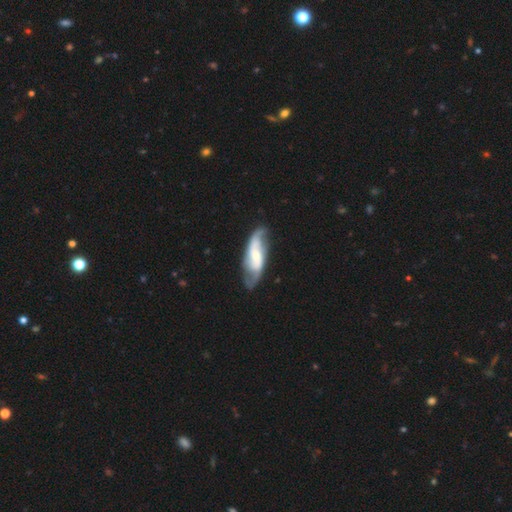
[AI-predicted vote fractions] Q: Smooth or featured?
A: featured or disk (72%); runner-up: smooth (23%)
Q: Edge-on disk?
A: no (88%); runner-up: yes (12%)
Q: Bar?
A: no (43%); runner-up: weak (39%)
Q: Spiral arms?
A: yes (90%); runner-up: no (10%)
Q: Spiral winding?
A: loose (46%); runner-up: medium (38%)
Q: Spiral arm count?
A: 2 (82%); runner-up: can't tell (10%)
Q: Bulge size?
A: moderate (45%); runner-up: small (38%)
Q: Merging?
A: none (68%); runner-up: minor disturbance (21%)